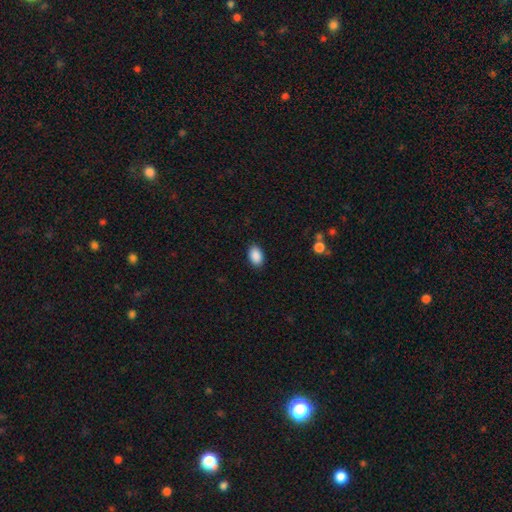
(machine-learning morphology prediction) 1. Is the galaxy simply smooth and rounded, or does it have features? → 90% smooth, 7% star or artifact, 3% featured or disk.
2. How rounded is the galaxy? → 89% in between, 10% round, 1% cigar-shaped.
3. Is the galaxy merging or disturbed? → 89% none, 8% minor disturbance, 2% major disturbance, 1% merger.